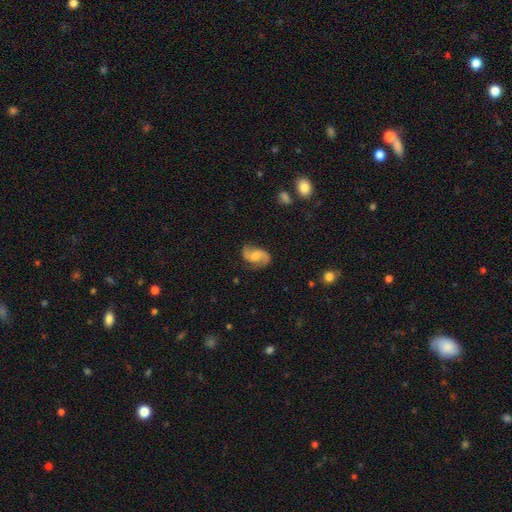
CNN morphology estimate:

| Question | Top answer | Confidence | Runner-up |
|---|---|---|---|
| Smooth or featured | featured or disk | 76% | smooth (17%) |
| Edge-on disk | no | 97% | yes (3%) |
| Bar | no | 53% | weak (39%) |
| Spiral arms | yes | 96% | no (4%) |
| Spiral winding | loose | 52% | medium (38%) |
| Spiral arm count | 2 | 92% | can't tell (3%) |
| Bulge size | moderate | 44% | small (29%) |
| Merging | none | 76% | minor disturbance (16%) |